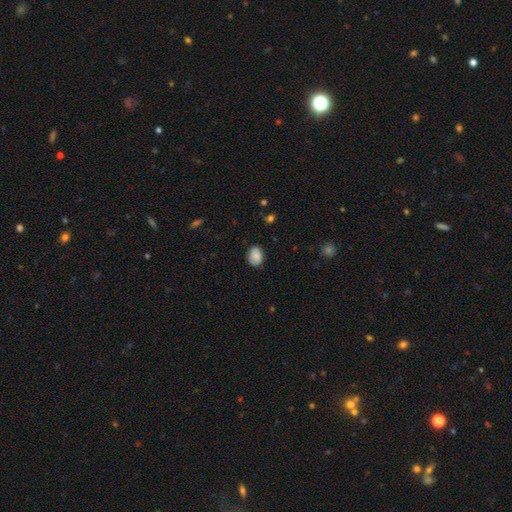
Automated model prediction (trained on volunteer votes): A smooth galaxy with no disk features (84%) that is in between round and cigar-shaped (71%).

Vote fractions:
- Smooth or featured? smooth: 84% / featured or disk: 8% / star or artifact: 8%
- How rounded? in between: 71% / round: 28% / cigar-shaped: 1%
- Merging? none: 80% / minor disturbance: 16% / major disturbance: 3% / merger: 1%